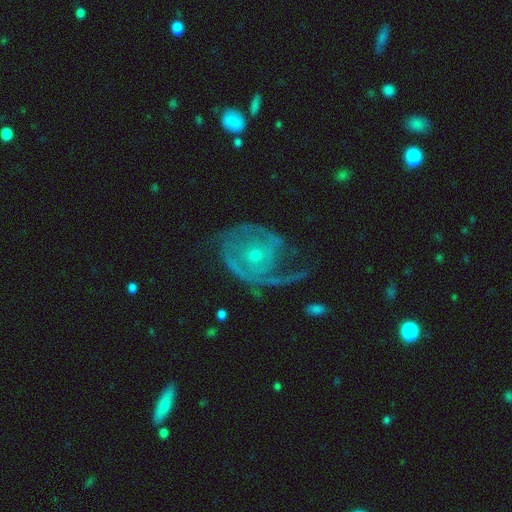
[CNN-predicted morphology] type=featured or disk (85%); edge-on=no (97%); bar=no (76%); spiral arms=yes (89%); winding=tight (45%); arm count=2 (42%); bulge=small (67%); merging=none (46%).